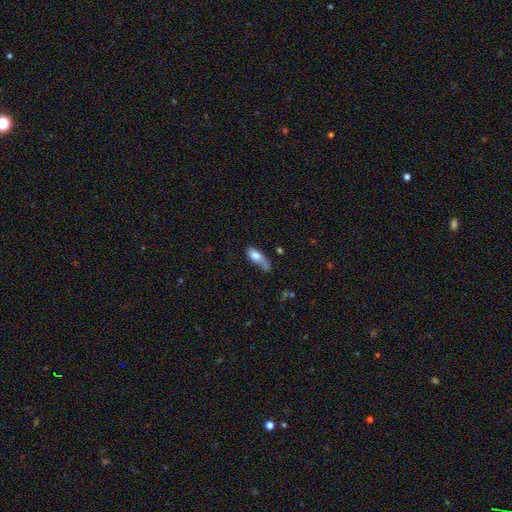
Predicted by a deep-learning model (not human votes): A smooth galaxy with no disk features (73%) that is in between round and cigar-shaped (74%). Merging: none (34%).